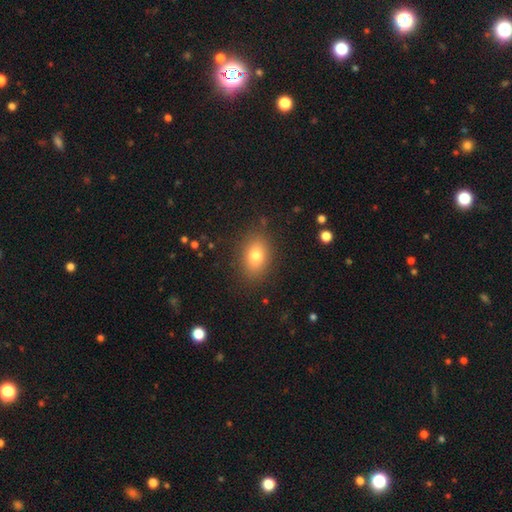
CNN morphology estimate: Smooth or featured? smooth (78%)
How rounded? in between (77%)
Merging? none (85%)